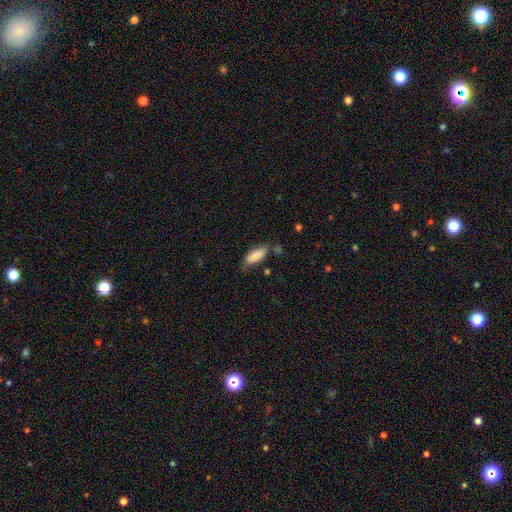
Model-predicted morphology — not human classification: A smooth galaxy with no disk features (82%) that is in between round and cigar-shaped (74%).

Vote fractions:
- Smooth or featured? smooth: 82% / featured or disk: 11% / star or artifact: 7%
- How rounded? in between: 74% / cigar-shaped: 24% / round: 2%
- Merging? none: 60% / minor disturbance: 27% / major disturbance: 7% / merger: 6%